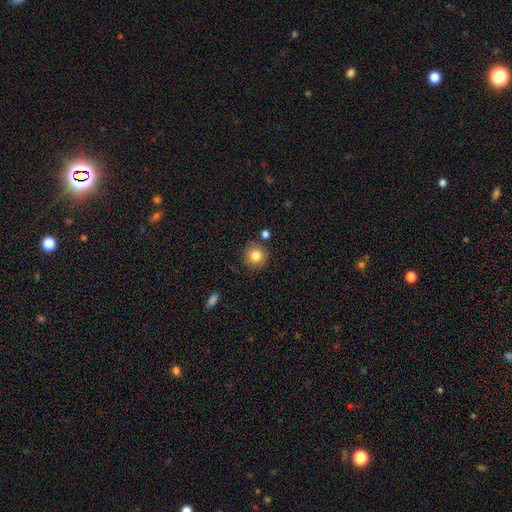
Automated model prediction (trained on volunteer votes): A smooth galaxy with no disk features (83%) that is round (92%).

Vote fractions:
- Smooth or featured? smooth: 83% / star or artifact: 10% / featured or disk: 8%
- How rounded? round: 92% / in between: 7% / cigar-shaped: 1%
- Merging? none: 84% / minor disturbance: 9% / merger: 5% / major disturbance: 2%